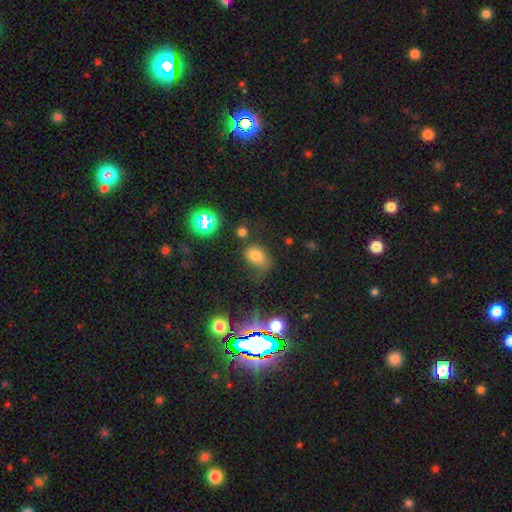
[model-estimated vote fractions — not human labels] This appears to be a smooth galaxy with no disk features (71%) that is in between round and cigar-shaped (77%). Merging: none (55%).